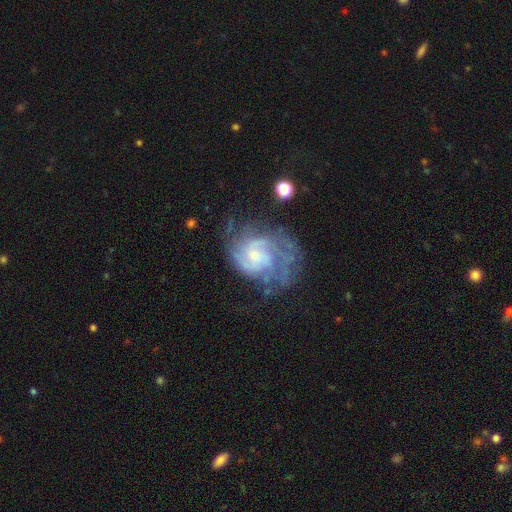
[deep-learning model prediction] Smooth or featured? featured or disk (82%)
Edge-on disk? no (98%)
Bar? no (58%)
Spiral arms? yes (92%)
Spiral winding? medium (43%)
Spiral arm count? 2 (36%)
Bulge size? small (51%)
Merging? none (48%)